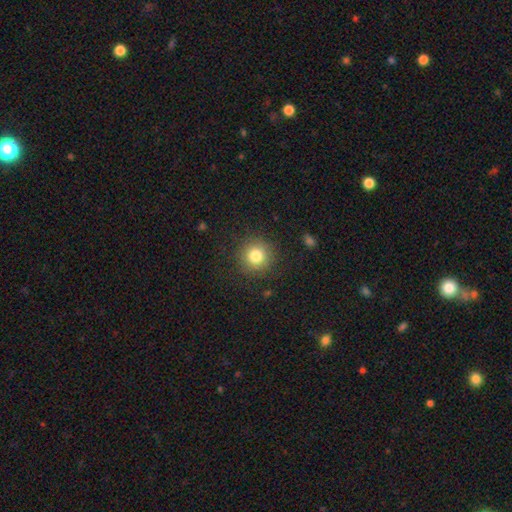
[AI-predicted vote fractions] Morphology: type=smooth (81%); roundness=round (94%); merging=none (88%).